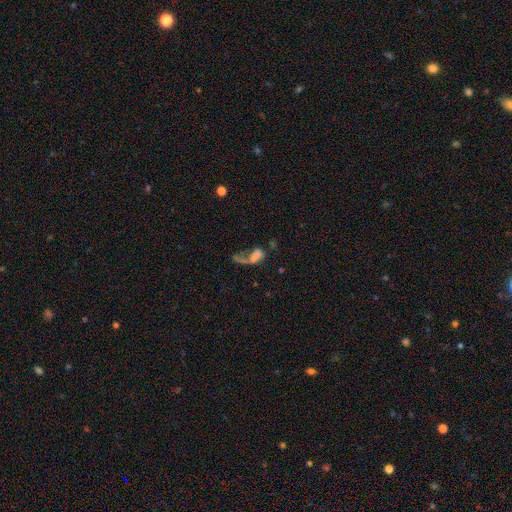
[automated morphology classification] Smooth or featured: featured or disk — 44% (smooth — 40%)
Merging: major disturbance — 44% (merger — 29%)